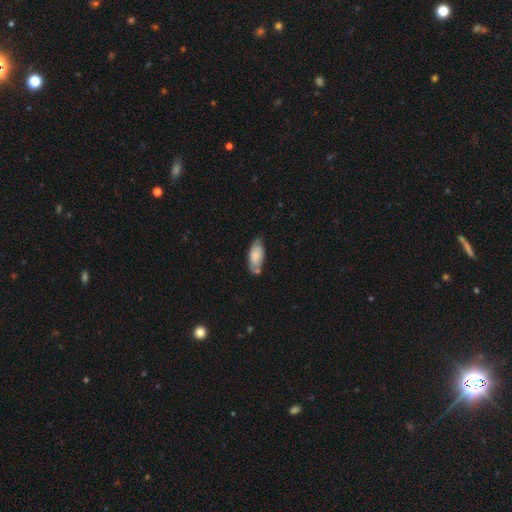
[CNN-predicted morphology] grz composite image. It shows a smooth galaxy with no disk features (70%) that is in between round and cigar-shaped (85%). Merging: none (58%).